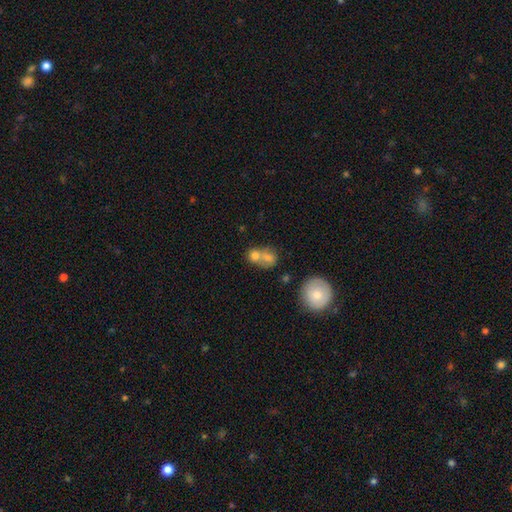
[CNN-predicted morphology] type=smooth (74%); roundness=round (60%); merging=merger (66%).